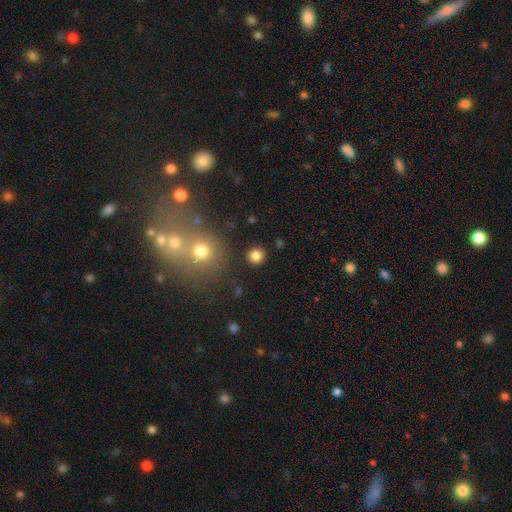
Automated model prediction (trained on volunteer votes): smooth 83%, star or artifact 12%, featured or disk 4%. Down the decision tree: how rounded — round (93%); merging — none (90%).